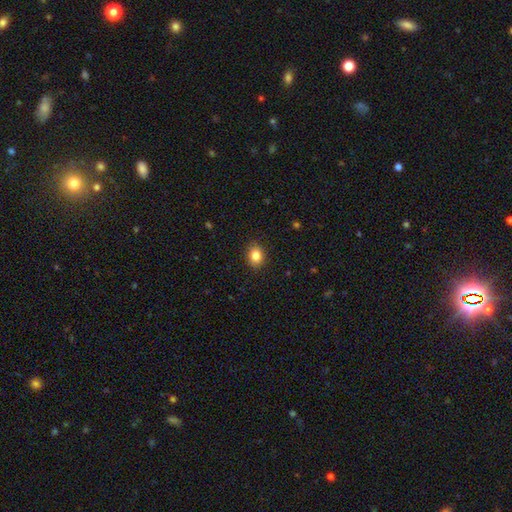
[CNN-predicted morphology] Q: Smooth or featured?
A: smooth (84%); runner-up: star or artifact (10%)
Q: How rounded?
A: in between (57%); runner-up: round (42%)
Q: Merging?
A: none (89%); runner-up: minor disturbance (8%)